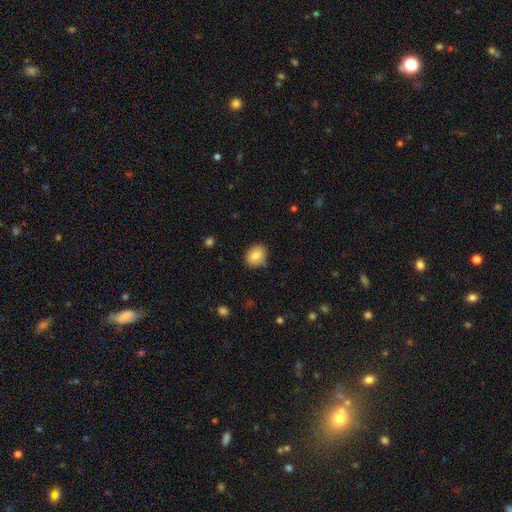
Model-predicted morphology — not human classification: type=smooth (82%); roundness=round (61%); merging=none (77%).